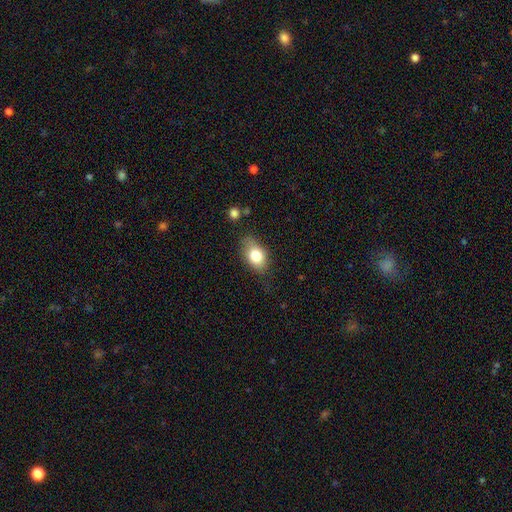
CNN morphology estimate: Smooth or featured: smooth — 79% (featured or disk — 13%)
How rounded: in between — 84% (round — 14%)
Merging: none — 69% (minor disturbance — 23%)